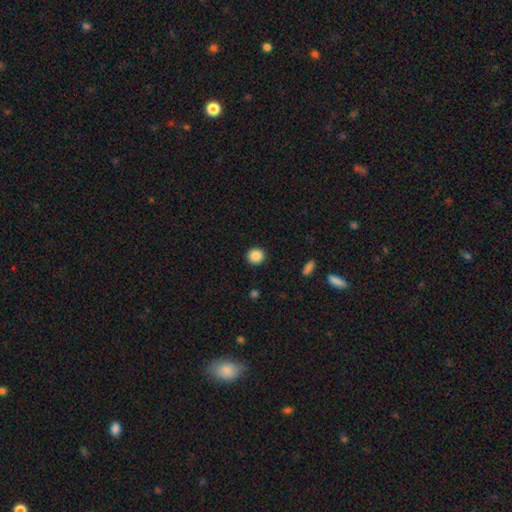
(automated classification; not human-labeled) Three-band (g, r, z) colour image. It shows a smooth galaxy with no disk features (88%) that is round (90%). Merging: none (92%).